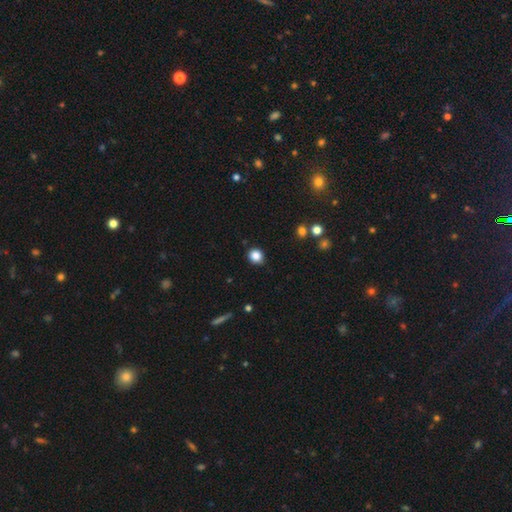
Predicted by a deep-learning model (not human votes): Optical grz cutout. It shows a smooth galaxy with no disk features (85%) that is round (80%). Merging: none (88%).